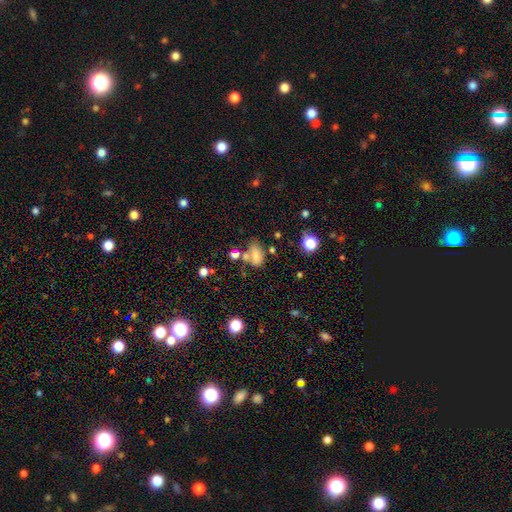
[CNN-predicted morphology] type=smooth (69%); roundness=in between (85%); merging=none (44%).